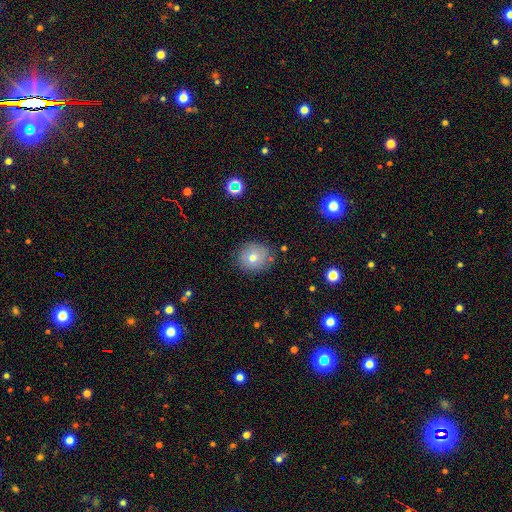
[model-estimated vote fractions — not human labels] This is likely a smooth galaxy (63%). How rounded: clearly round (85%). Merging: clearly none (85%).